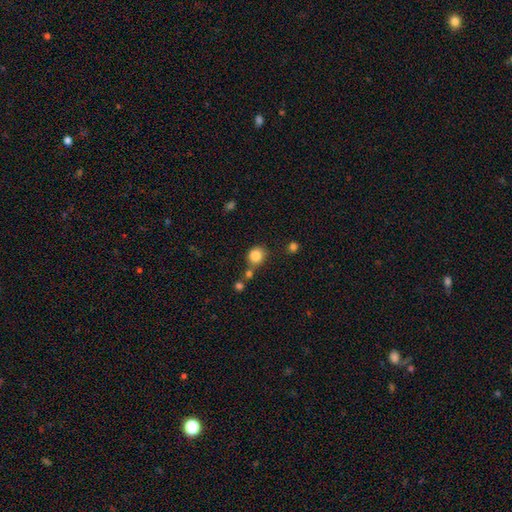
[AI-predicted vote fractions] This is clearly a smooth galaxy (85%). How rounded: clearly round (81%). Merging: likely none (65%).